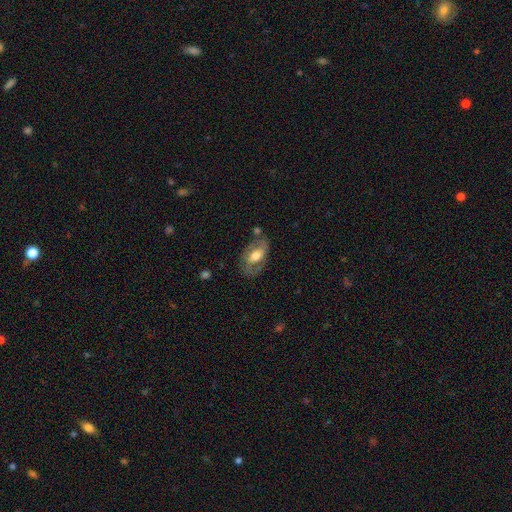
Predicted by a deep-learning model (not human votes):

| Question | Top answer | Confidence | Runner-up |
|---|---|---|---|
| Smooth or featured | featured or disk | 58% | smooth (36%) |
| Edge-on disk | no | 92% | yes (8%) |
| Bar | no | 42% | weak (37%) |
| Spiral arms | yes | 63% | no (37%) |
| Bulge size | moderate | 62% | large (25%) |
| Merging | none | 66% | minor disturbance (21%) |